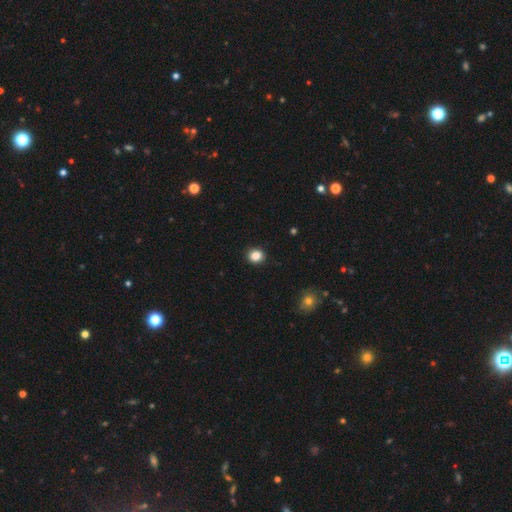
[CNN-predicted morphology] Q: Smooth or featured?
A: smooth (86%); runner-up: star or artifact (11%)
Q: How rounded?
A: round (79%); runner-up: in between (20%)
Q: Merging?
A: none (91%); runner-up: minor disturbance (6%)